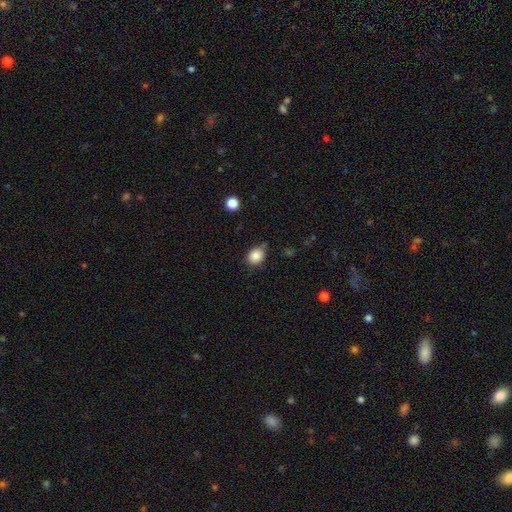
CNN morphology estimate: Smooth or featured: smooth — 85% (star or artifact — 10%)
How rounded: round — 57% (in between — 42%)
Merging: none — 75% (minor disturbance — 19%)